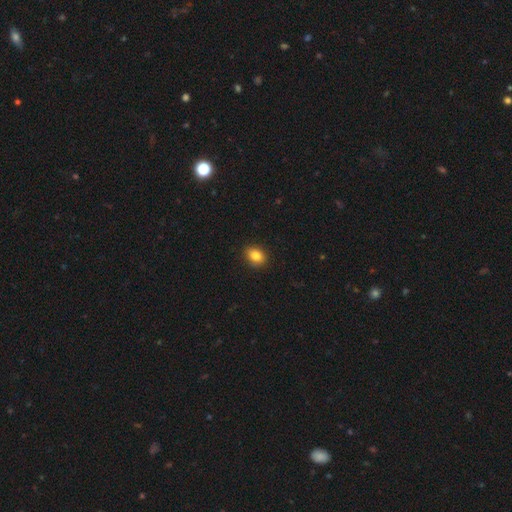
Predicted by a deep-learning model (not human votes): smooth_or_featured: smooth (p=0.84) [alt: star or artifact p=0.10]
how_rounded: in between (p=0.59) [alt: round p=0.40]
merging: none (p=0.91) [alt: minor disturbance p=0.07]